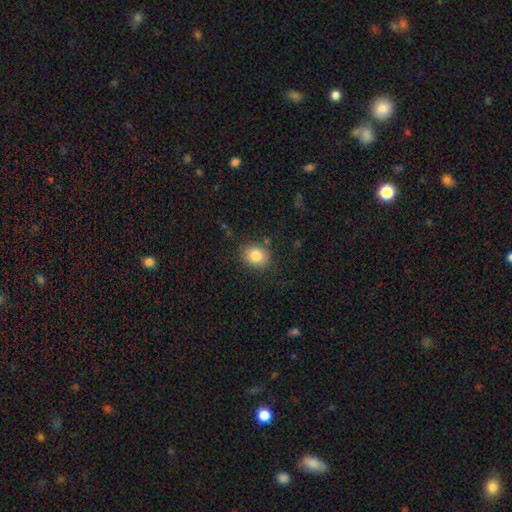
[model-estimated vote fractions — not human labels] smooth-or-featured: smooth: 83% | star or artifact: 10% | featured or disk: 8%
  how-rounded: round: 56% | in between: 43% | cigar-shaped: 1%
  merging: none: 84% | minor disturbance: 11% | major disturbance: 3% | merger: 2%